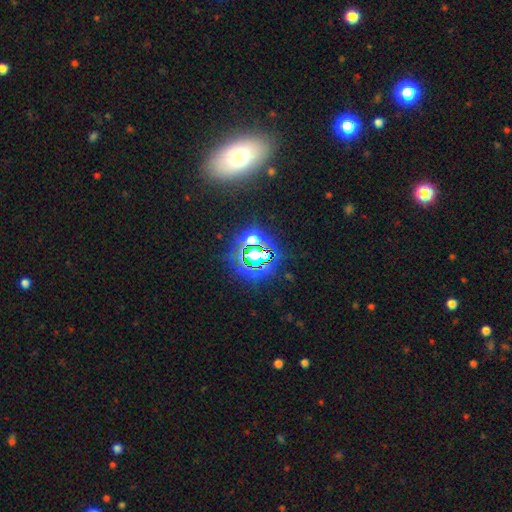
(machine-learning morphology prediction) smooth_or_featured: star or artifact (p=0.74) [alt: smooth p=0.16]